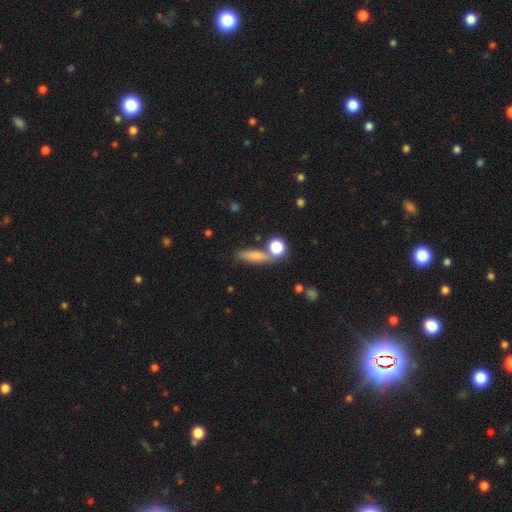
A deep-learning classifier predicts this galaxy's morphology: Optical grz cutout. It shows a smooth galaxy with no disk features (72%) that is cigar-shaped (57%). Merging: none (63%).